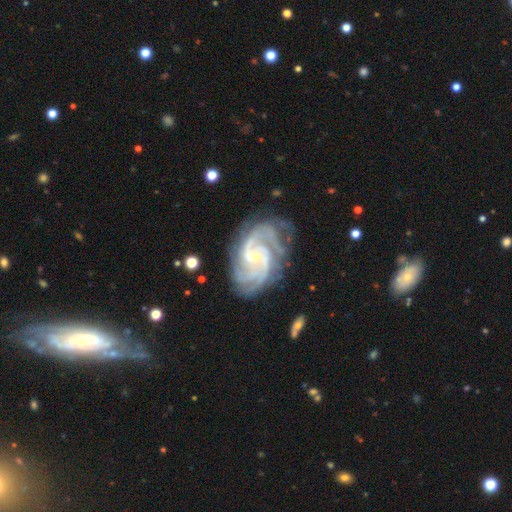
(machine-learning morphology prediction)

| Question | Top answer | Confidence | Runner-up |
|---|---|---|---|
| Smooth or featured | featured or disk | 91% | star or artifact (6%) |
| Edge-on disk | no | 98% | yes (2%) |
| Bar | no | 49% | weak (38%) |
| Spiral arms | yes | 98% | no (2%) |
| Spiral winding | tight | 59% | medium (35%) |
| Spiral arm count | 3 | 25% | 2 (24%) |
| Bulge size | small | 77% | moderate (16%) |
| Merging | none | 73% | minor disturbance (18%) |